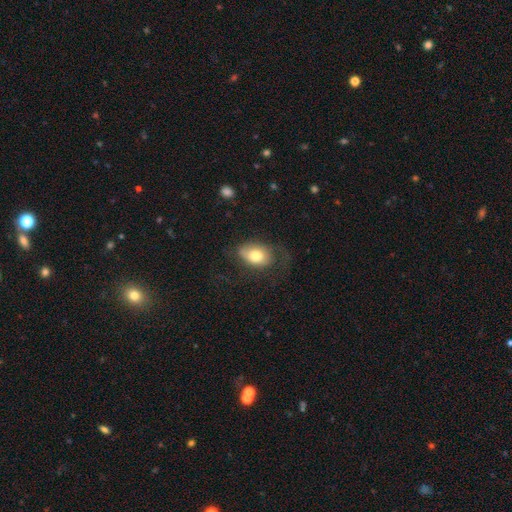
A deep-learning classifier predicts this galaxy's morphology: type=smooth (71%); roundness=in between (84%); merging=none (49%).